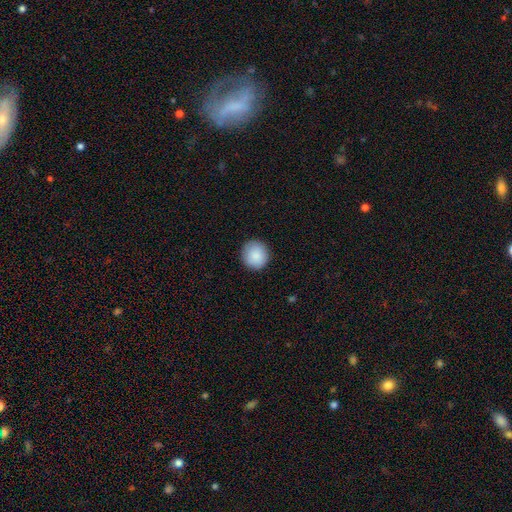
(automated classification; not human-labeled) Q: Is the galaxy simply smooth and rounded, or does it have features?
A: smooth — 88%.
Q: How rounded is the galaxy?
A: round — 93%.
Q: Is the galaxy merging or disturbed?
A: none — 90%.